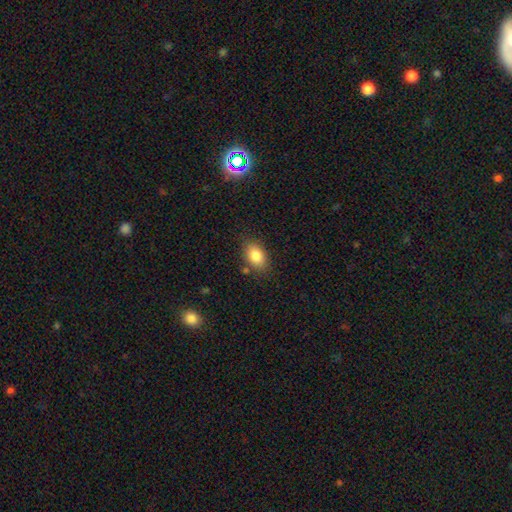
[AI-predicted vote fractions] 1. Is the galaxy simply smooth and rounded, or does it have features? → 84% smooth, 8% star or artifact, 7% featured or disk.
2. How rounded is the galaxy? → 86% in between, 12% round, 2% cigar-shaped.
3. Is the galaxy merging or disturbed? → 80% none, 13% minor disturbance, 4% merger, 3% major disturbance.